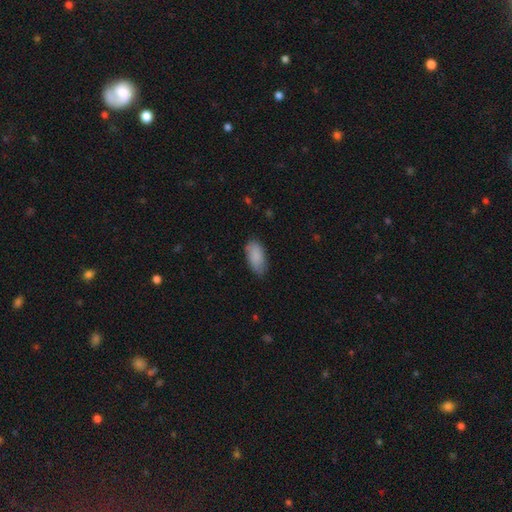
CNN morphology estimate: This appears to be a smooth galaxy with no disk features (86%) that is in between round and cigar-shaped (92%). Merging: none (73%).